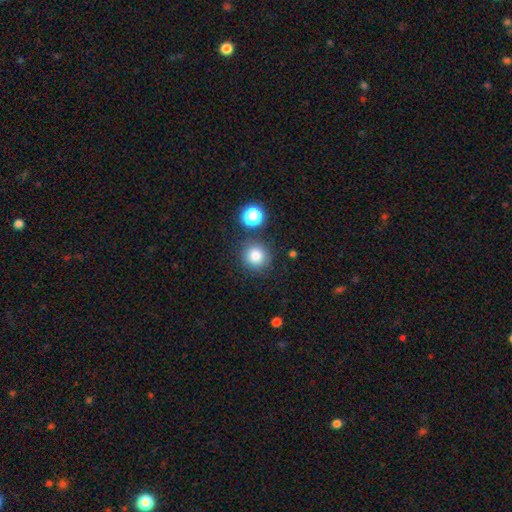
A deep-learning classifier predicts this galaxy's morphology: A smooth galaxy with no disk features (81%) that is round (93%). Merging: none (83%).